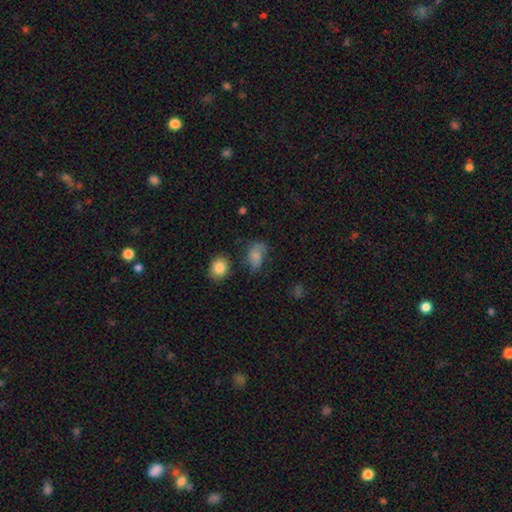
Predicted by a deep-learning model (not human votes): Smooth or featured?
  - smooth: 71% *
  - featured or disk: 17%
  - star or artifact: 12%
How rounded?
  - in between: 79% *
  - round: 19%
  - cigar-shaped: 2%
Merging?
  - none: 44% *
  - minor disturbance: 32%
  - major disturbance: 19%
  - merger: 5%